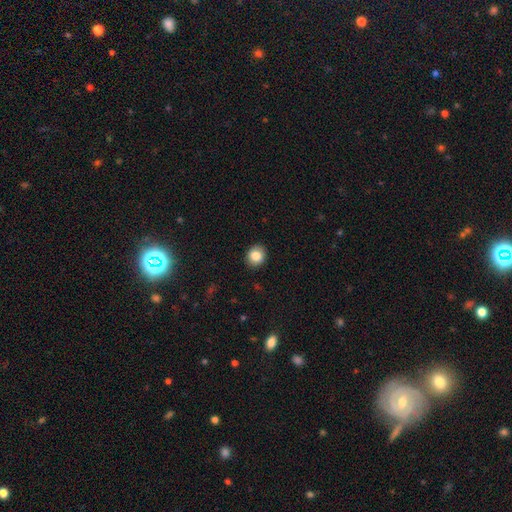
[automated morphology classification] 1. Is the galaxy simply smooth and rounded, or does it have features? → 84% smooth, 9% star or artifact, 6% featured or disk.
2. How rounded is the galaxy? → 72% round, 27% in between, 1% cigar-shaped.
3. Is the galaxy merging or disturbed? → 90% none, 7% minor disturbance, 2% major disturbance, 1% merger.